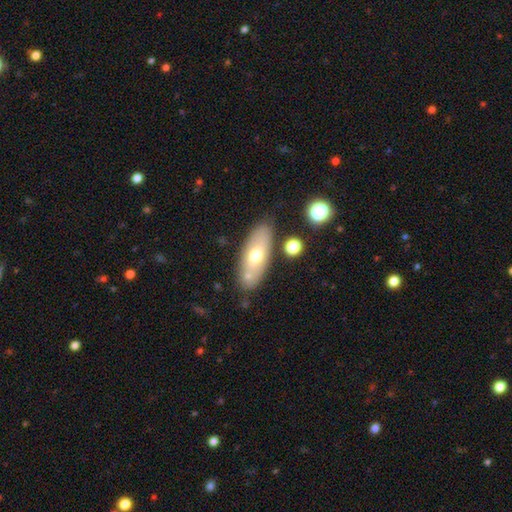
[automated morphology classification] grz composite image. It shows a smooth galaxy with no disk features (61%) that is in between round and cigar-shaped (75%). Merging: none (76%).